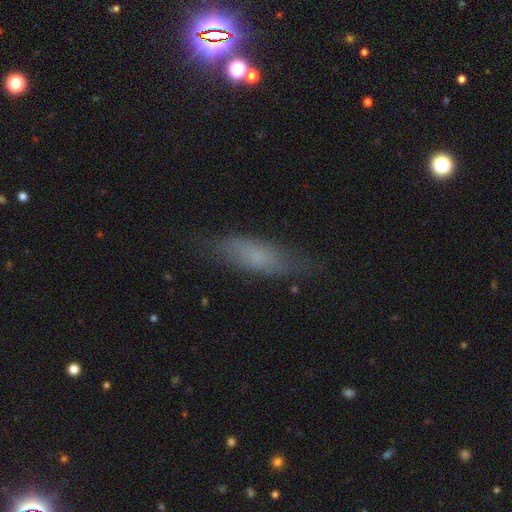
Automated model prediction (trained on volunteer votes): smooth_or_featured: smooth (p=0.67) [alt: featured or disk p=0.23]
how_rounded: cigar-shaped (p=0.53) [alt: in between p=0.45]
merging: none (p=0.74) [alt: minor disturbance p=0.19]